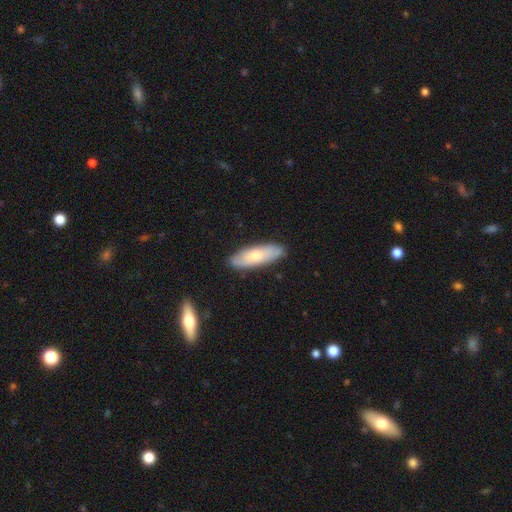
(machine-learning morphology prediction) smooth 66%, featured or disk 29%, star or artifact 6%. Down the decision tree: how rounded — in between (59%); merging — none (86%).